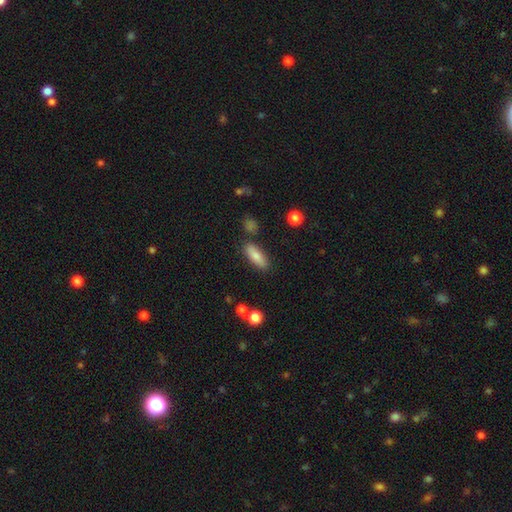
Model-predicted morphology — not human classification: smooth_or_featured: smooth (p=0.79) [alt: featured or disk p=0.14]
how_rounded: in between (p=0.64) [alt: cigar-shaped p=0.34]
merging: none (p=0.82) [alt: minor disturbance p=0.11]